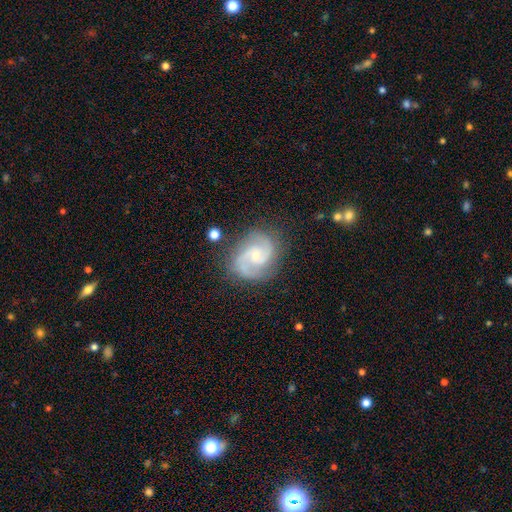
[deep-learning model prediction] smooth_or_featured: featured or disk (p=0.88) [alt: smooth p=0.06]
disk_edge_on: no (p=0.98) [alt: yes p=0.02]
bar: no (p=0.62) [alt: weak p=0.32]
has_spiral_arms: yes (p=0.98) [alt: no p=0.02]
spiral_winding: medium (p=0.57) [alt: tight p=0.28]
spiral_arm_count: 2 (p=0.84) [alt: 3 p=0.07]
bulge_size: small (p=0.64) [alt: moderate p=0.33]
merging: none (p=0.79) [alt: minor disturbance p=0.14]